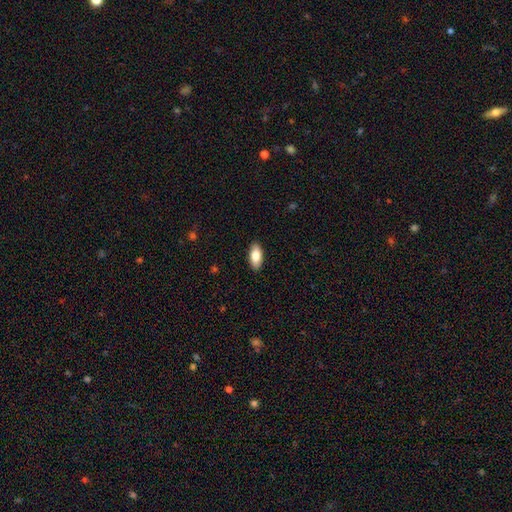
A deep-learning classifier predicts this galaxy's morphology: This is clearly a smooth galaxy (81%). How rounded: clearly in between (89%). Merging: clearly none (90%).